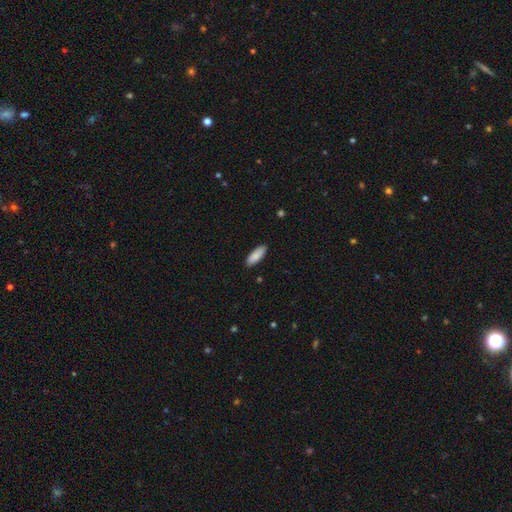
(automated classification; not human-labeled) Morphology: type=smooth (87%); roundness=in between (69%); merging=none (89%).